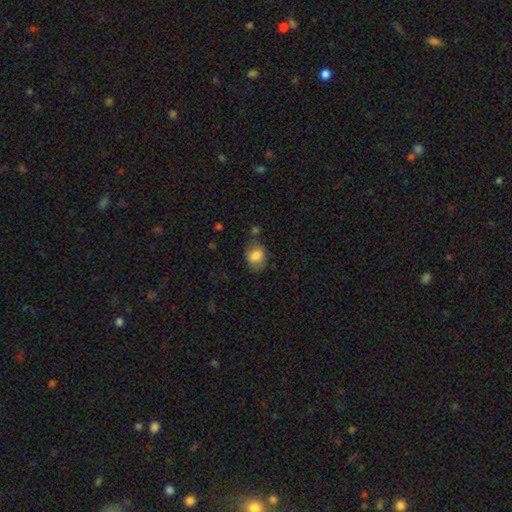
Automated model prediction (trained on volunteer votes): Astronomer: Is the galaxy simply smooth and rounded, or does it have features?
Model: smooth — 81%.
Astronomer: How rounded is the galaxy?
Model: in between — 61% (runner-up: round, 38%).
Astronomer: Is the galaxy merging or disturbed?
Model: none — 66%.